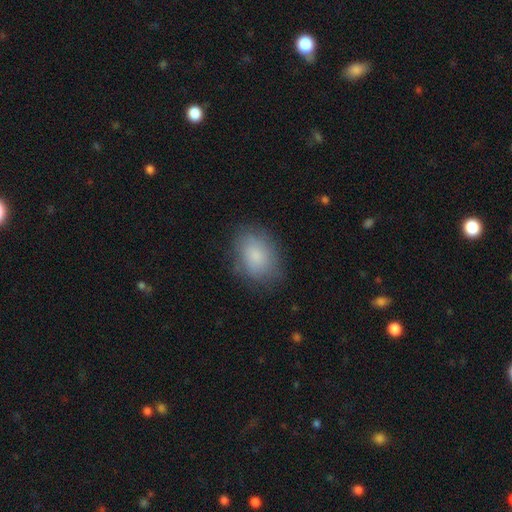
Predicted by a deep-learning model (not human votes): smooth_or_featured: smooth (p=0.81) [alt: featured or disk p=0.11]
how_rounded: in between (p=0.76) [alt: round p=0.23]
merging: none (p=0.75) [alt: minor disturbance p=0.18]